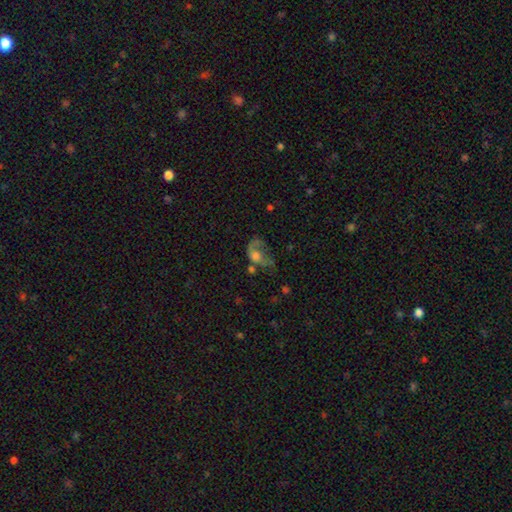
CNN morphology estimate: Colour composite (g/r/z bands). It shows a smooth galaxy with no disk features (47%). Merging: major disturbance (52%).